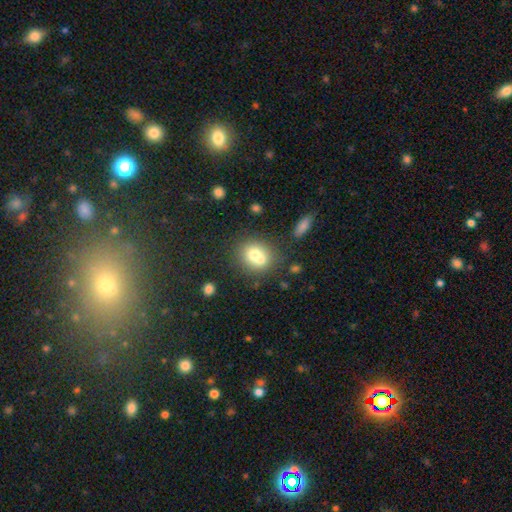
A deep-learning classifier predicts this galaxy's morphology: Smooth or featured? smooth (70%)
How rounded? round (69%)
Merging? none (43%)